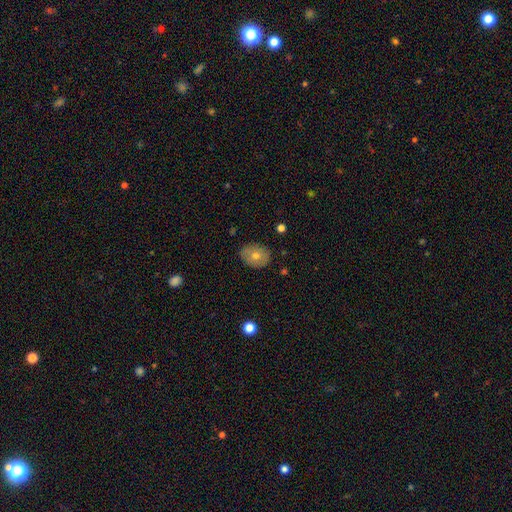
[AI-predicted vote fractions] This appears to be a smooth galaxy with no disk features (65%) that is round (51%). Merging: none (84%).